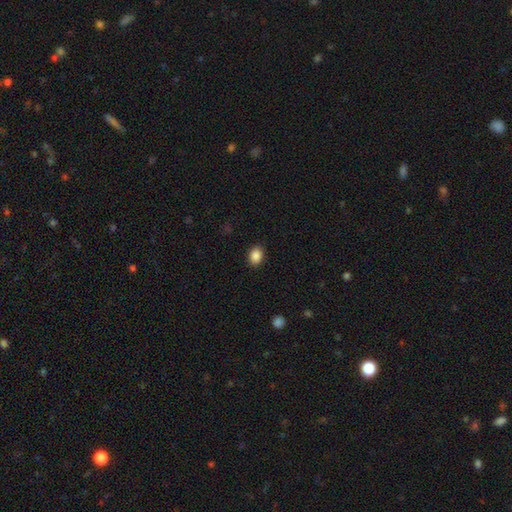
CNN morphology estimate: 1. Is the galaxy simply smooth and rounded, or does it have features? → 88% smooth, 9% star or artifact, 3% featured or disk.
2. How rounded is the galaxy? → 59% in between, 40% round, 1% cigar-shaped.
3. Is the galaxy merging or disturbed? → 90% none, 7% minor disturbance, 2% major disturbance, 1% merger.